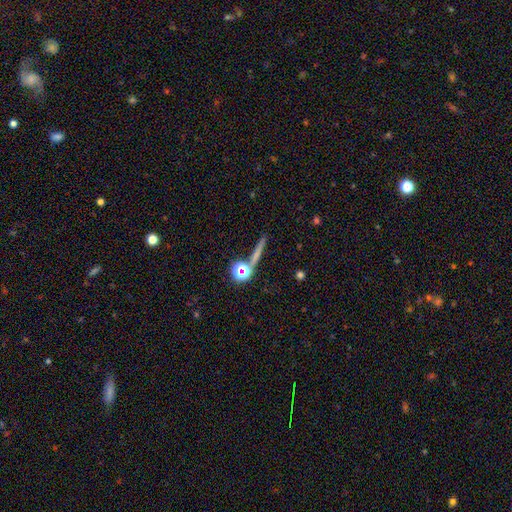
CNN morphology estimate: smooth_or_featured: smooth (p=0.44) [alt: star or artifact p=0.30]
merging: none (p=0.78) [alt: merger p=0.09]